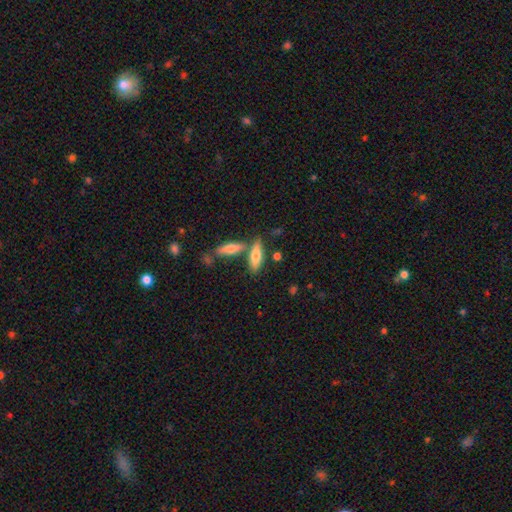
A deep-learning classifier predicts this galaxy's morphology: A smooth galaxy with no disk features (69%) that is in between round and cigar-shaped (50%). Merging: none (58%).